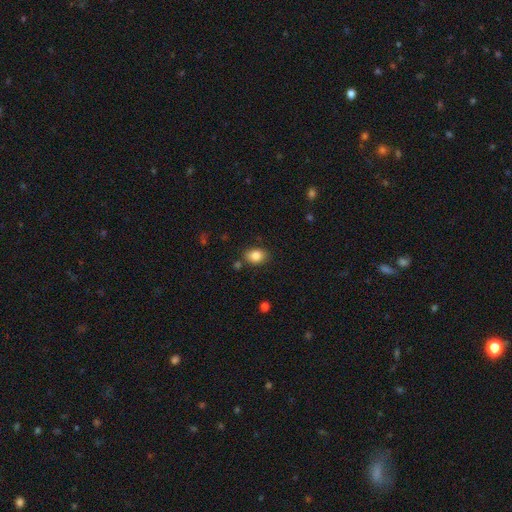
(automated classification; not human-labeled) Smooth or featured? smooth (85%)
How rounded? in between (69%)
Merging? none (79%)